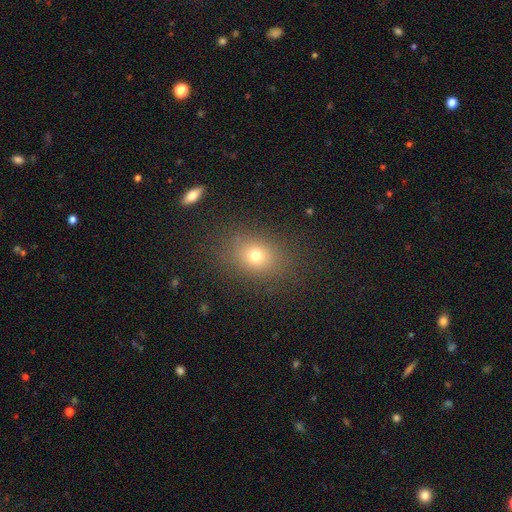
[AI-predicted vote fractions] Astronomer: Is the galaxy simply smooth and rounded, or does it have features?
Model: smooth — 71%.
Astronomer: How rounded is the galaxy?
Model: in between — 55% (runner-up: round, 43%).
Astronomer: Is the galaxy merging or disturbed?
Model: none — 82%.